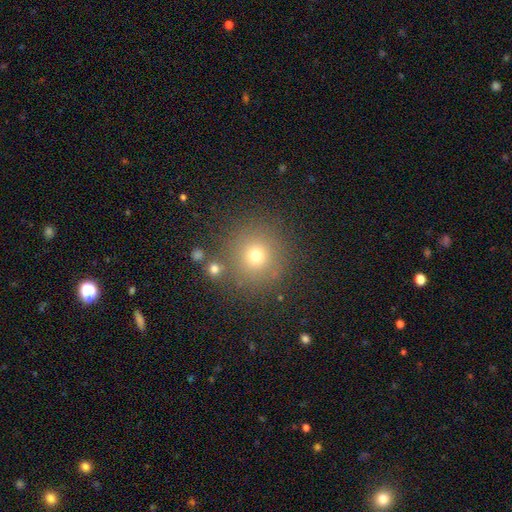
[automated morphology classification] Smooth or featured?
  - smooth: 70% *
  - star or artifact: 20%
  - featured or disk: 11%
How rounded?
  - round: 94% *
  - in between: 5%
  - cigar-shaped: 1%
Merging?
  - none: 84% *
  - minor disturbance: 8%
  - merger: 4%
  - major disturbance: 4%